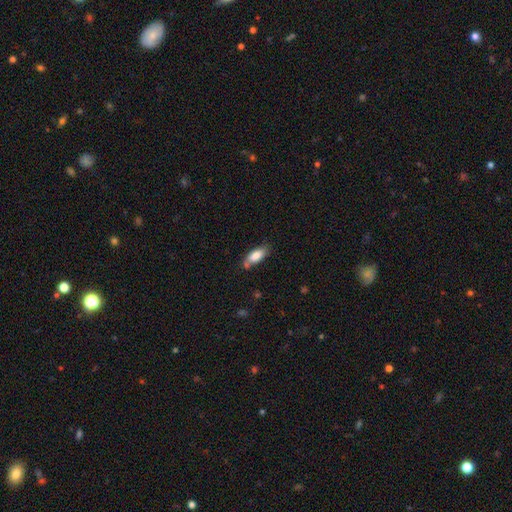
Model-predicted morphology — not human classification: Q: Smooth or featured?
A: smooth (81%); runner-up: featured or disk (12%)
Q: How rounded?
A: in between (77%); runner-up: cigar-shaped (21%)
Q: Merging?
A: none (64%); runner-up: minor disturbance (21%)